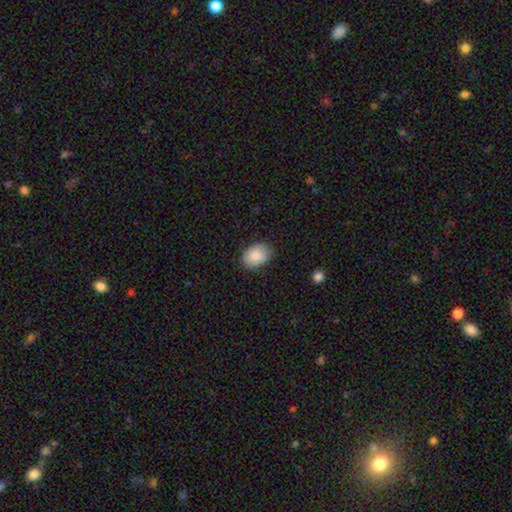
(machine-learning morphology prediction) Overall: smooth (85%). How rounded: in between (79%). Merging: none (82%).